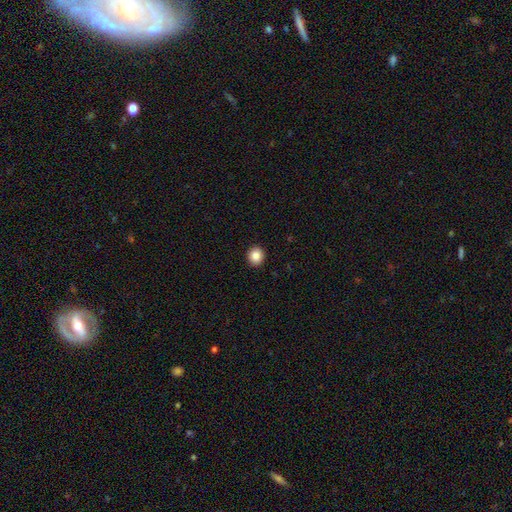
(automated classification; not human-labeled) Smooth or featured? smooth (86%)
How rounded? round (87%)
Merging? none (93%)